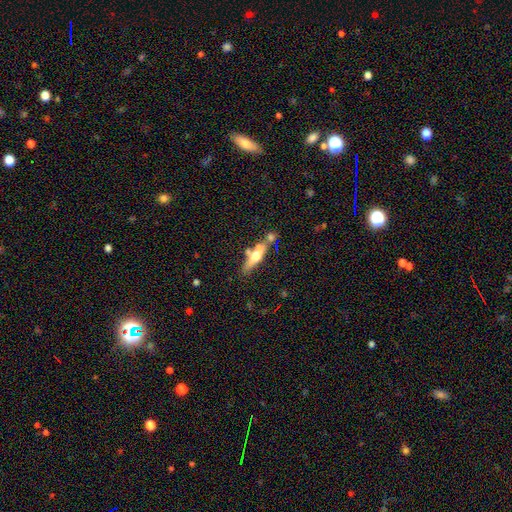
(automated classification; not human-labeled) A featured or disk galaxy (51%) viewed edge-on (86%). Merging: none (58%).